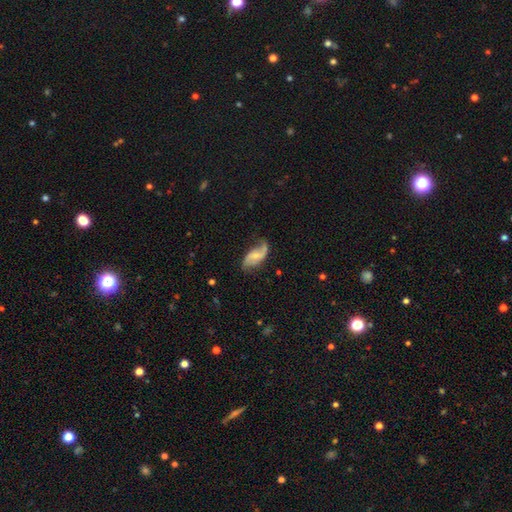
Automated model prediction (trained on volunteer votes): Q: Smooth or featured?
A: featured or disk (73%); runner-up: smooth (21%)
Q: Edge-on disk?
A: no (96%); runner-up: yes (4%)
Q: Bar?
A: no (43%); tied with: weak (43%)
Q: Spiral arms?
A: yes (93%); runner-up: no (7%)
Q: Spiral winding?
A: loose (66%); runner-up: medium (26%)
Q: Spiral arm count?
A: 2 (84%); runner-up: 1 (8%)
Q: Bulge size?
A: small (55%); runner-up: moderate (28%)
Q: Merging?
A: none (61%); runner-up: minor disturbance (25%)